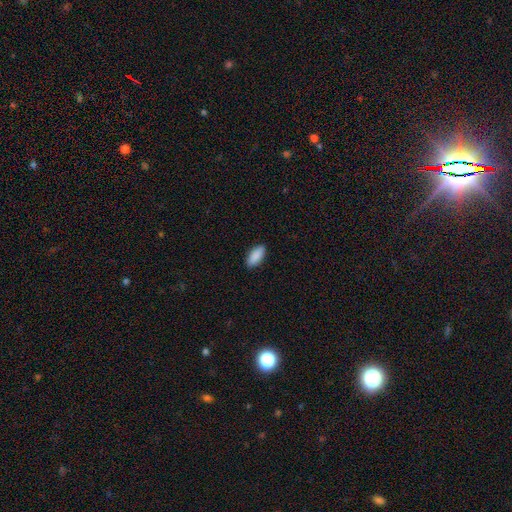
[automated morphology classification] Smooth or featured: smooth — 90% (star or artifact — 6%)
How rounded: in between — 85% (cigar-shaped — 13%)
Merging: none — 89% (minor disturbance — 8%)